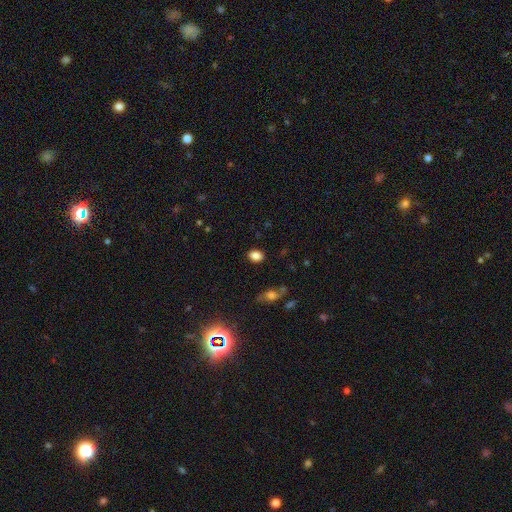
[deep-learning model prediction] Morphology: type=smooth (84%); roundness=in between (62%); merging=none (86%).